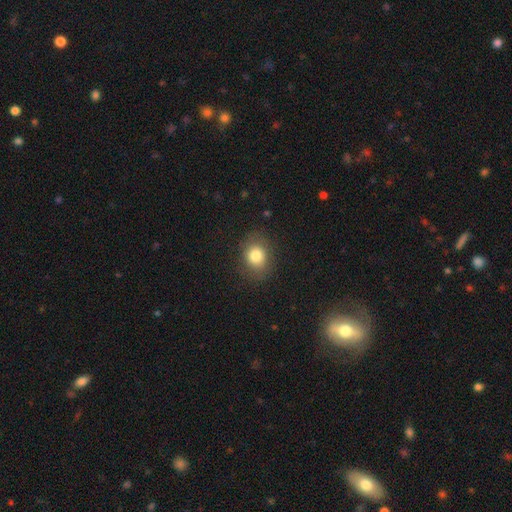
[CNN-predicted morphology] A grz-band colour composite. It shows a smooth galaxy with no disk features (80%) that is round (56%). Merging: none (81%).